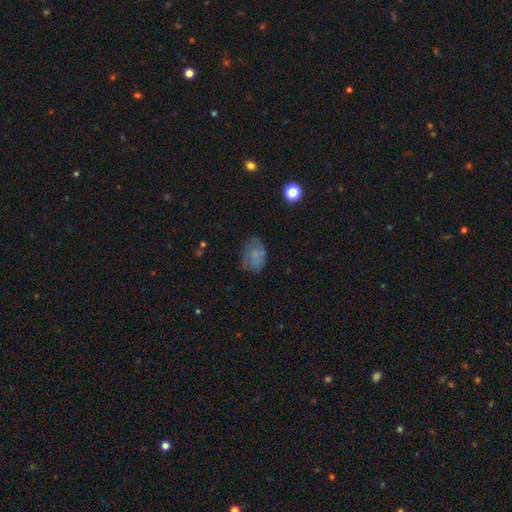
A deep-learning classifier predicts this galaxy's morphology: The model was most divided on "merging": none: 54%, minor disturbance: 28%, major disturbance: 15%, merger: 3%. More confident: how rounded — in between (72%); smooth or featured — smooth (61%).